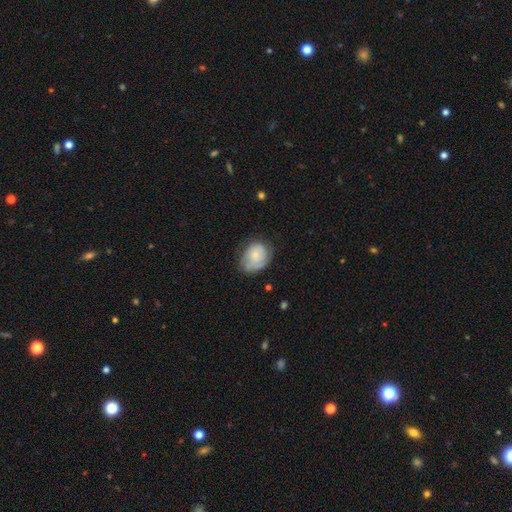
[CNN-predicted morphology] Overall: smooth (56%; featured or disk 36%). How rounded: in between (55%; round 44%). Merging: none (54%; minor disturbance 31%).